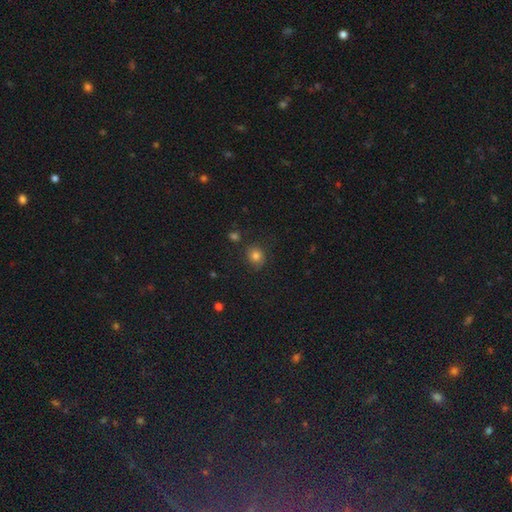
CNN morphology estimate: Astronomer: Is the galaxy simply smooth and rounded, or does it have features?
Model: smooth — 80%.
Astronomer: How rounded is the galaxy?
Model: round — 80%.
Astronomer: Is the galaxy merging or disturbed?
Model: none — 80%.